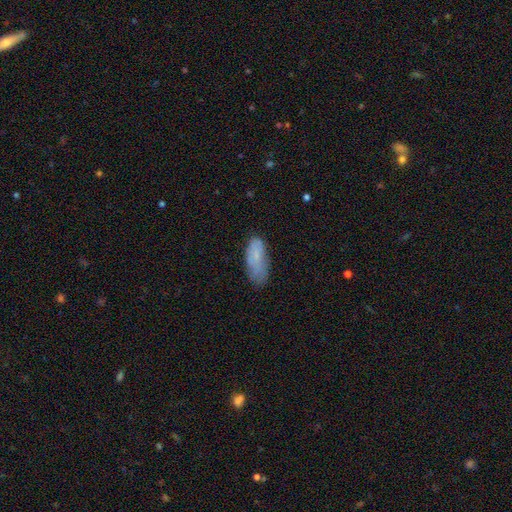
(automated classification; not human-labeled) A smooth galaxy with no disk features (72%) that is in between round and cigar-shaped (77%).

Vote fractions:
- Smooth or featured? smooth: 72% / featured or disk: 20% / star or artifact: 8%
- How rounded? in between: 77% / cigar-shaped: 21% / round: 2%
- Merging? none: 57% / minor disturbance: 31% / major disturbance: 10% / merger: 2%